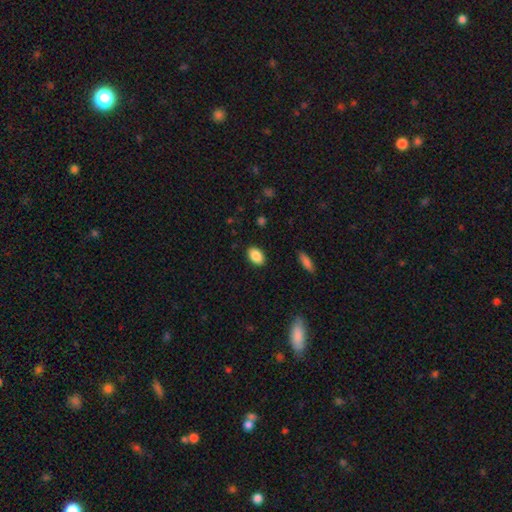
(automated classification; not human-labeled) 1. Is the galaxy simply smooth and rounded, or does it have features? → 88% smooth, 8% star or artifact, 5% featured or disk.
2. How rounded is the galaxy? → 88% in between, 11% round, 1% cigar-shaped.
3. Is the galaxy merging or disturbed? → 88% none, 9% minor disturbance, 2% major disturbance, 1% merger.